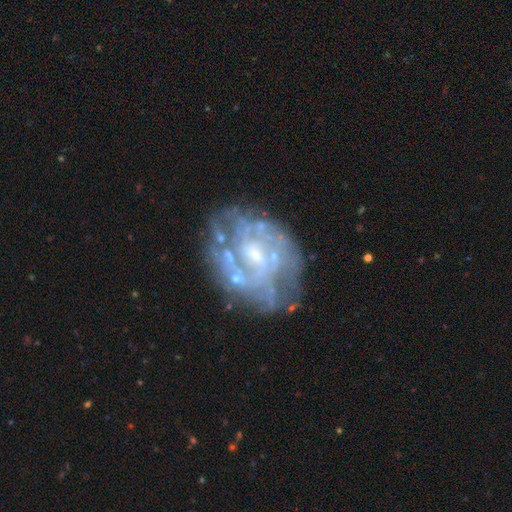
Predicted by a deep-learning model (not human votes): Smooth or featured? Predicted: featured or disk (p=0.83). Edge-on disk? Predicted: no (p=0.98). Bar? Predicted: no (p=0.53). Spiral arms? Predicted: yes (p=0.77). Spiral winding? Predicted: tight (p=0.52). Spiral arm count? Predicted: can't tell (p=0.50). Bulge size? Predicted: small (p=0.55). Merging? Predicted: none (p=0.62).